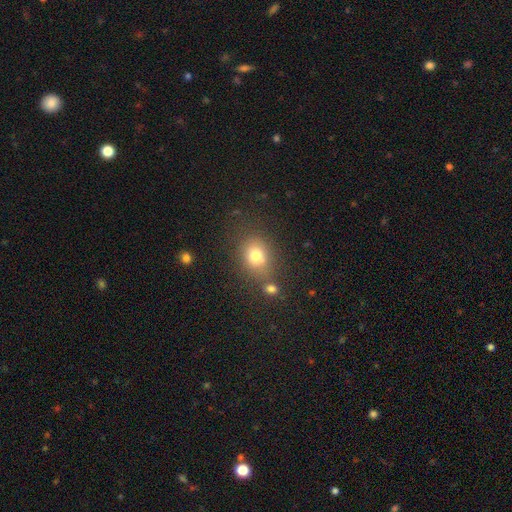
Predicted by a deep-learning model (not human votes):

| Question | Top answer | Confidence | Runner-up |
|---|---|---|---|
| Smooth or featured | smooth | 76% | star or artifact (13%) |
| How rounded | round | 51% | in between (48%) |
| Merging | none | 64% | minor disturbance (15%) |